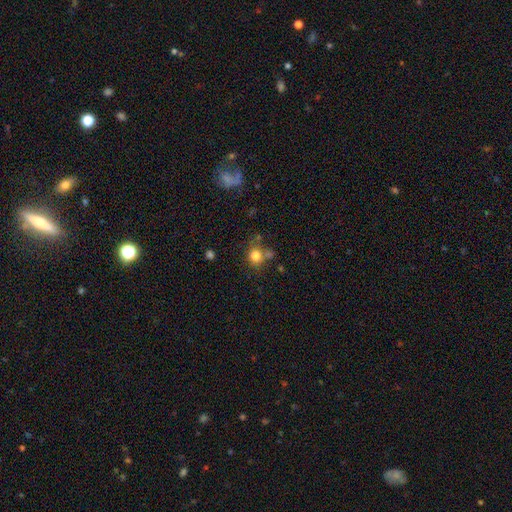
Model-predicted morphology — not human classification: A smooth galaxy with no disk features (80%) that is round (80%). Merging: none (62%).